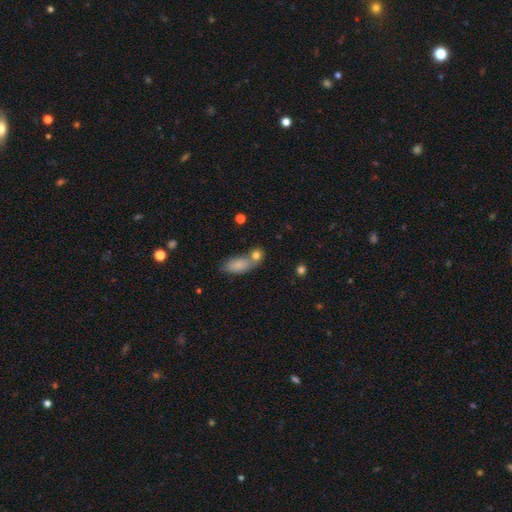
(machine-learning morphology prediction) Smooth or featured? smooth (80%)
How rounded? round (49%)
Merging? none (45%)